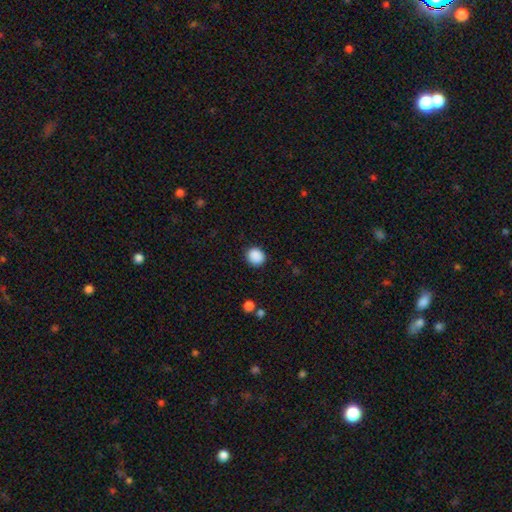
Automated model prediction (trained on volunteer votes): Overall: smooth (89%). How rounded: round (81%). Merging: none (89%).